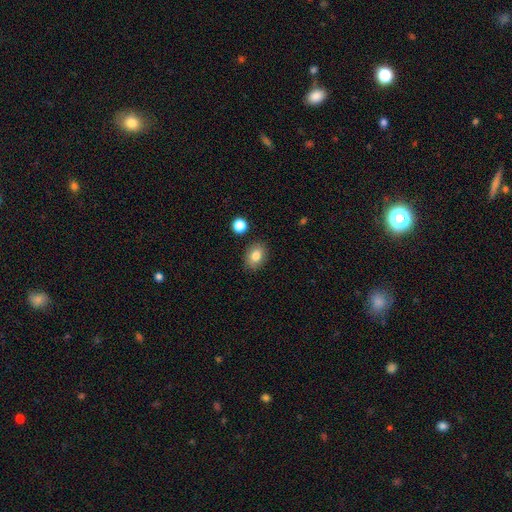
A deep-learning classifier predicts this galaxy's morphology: smooth_or_featured: smooth (p=0.83) [alt: star or artifact p=0.09]
how_rounded: in between (p=0.67) [alt: round p=0.32]
merging: none (p=0.85) [alt: minor disturbance p=0.10]